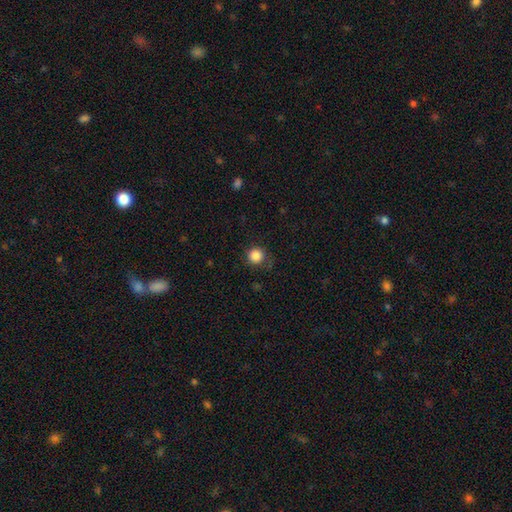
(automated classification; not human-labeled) Overall: smooth (86%). How rounded: round (94%). Merging: none (83%).